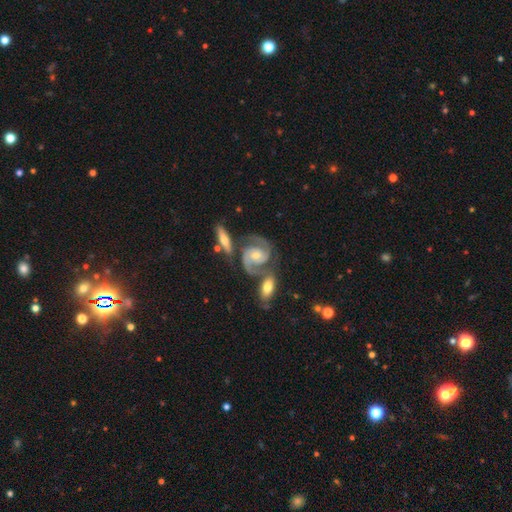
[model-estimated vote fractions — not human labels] This is clearly a featured or disk galaxy (90%). It is clearly not viewed edge-on (97%). Bar: possibly no (57%). Spiral arm pattern: clearly yes (98%). Spiral arm count: clearly 2 (86%). Spiral winding: possibly medium (47%). Central bulge: possibly small (50%). Merging: possibly none (56%).